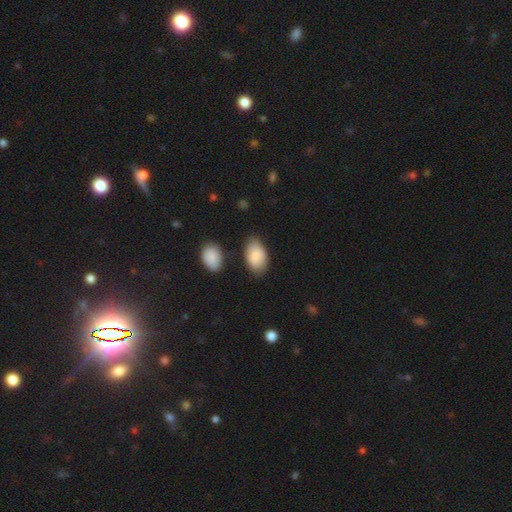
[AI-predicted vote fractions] Smooth or featured? smooth (84%)
How rounded? in between (93%)
Merging? none (72%)